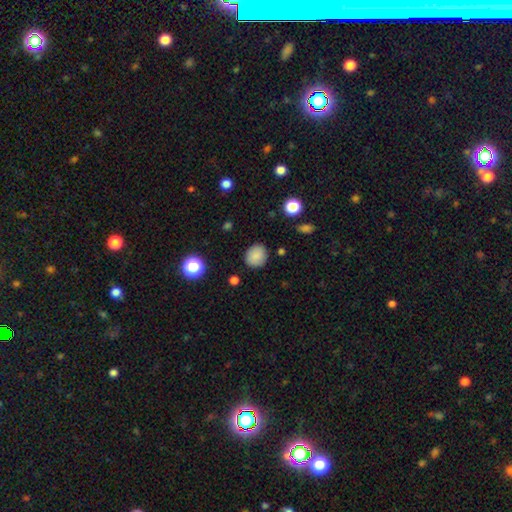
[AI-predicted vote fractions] Morphology: type=smooth (86%); roundness=round (80%); merging=none (86%).